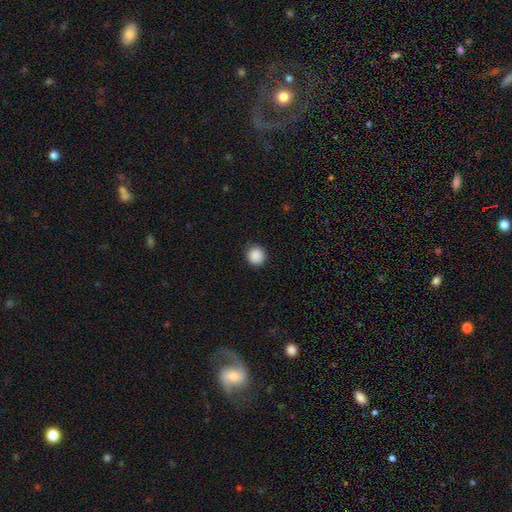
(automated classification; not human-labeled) A smooth galaxy with no disk features (89%) that is round (94%). Merging: none (90%).